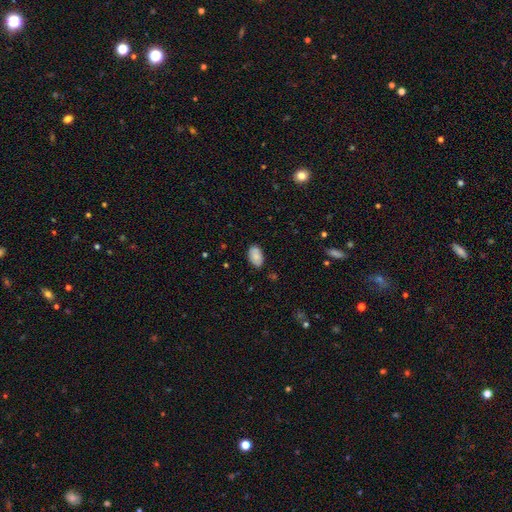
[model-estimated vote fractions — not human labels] This appears to be a smooth galaxy with no disk features (81%) that is in between round and cigar-shaped (94%). Merging: none (82%).